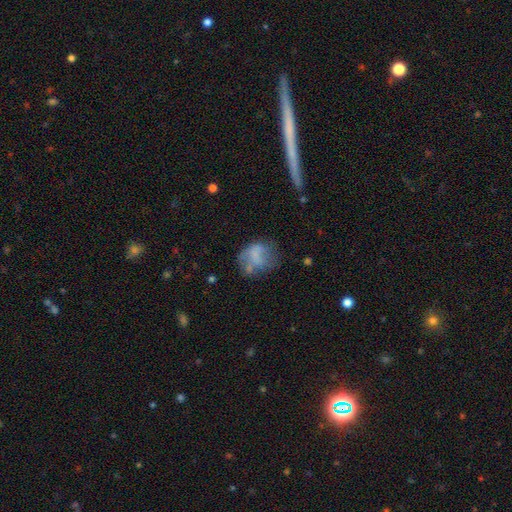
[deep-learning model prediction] smooth-or-featured: smooth: 54% | featured or disk: 34% | star or artifact: 12%
  how-rounded: in between: 50% | round: 49% | cigar-shaped: 1%
  merging: none: 41% | major disturbance: 26% | minor disturbance: 26% | merger: 7%